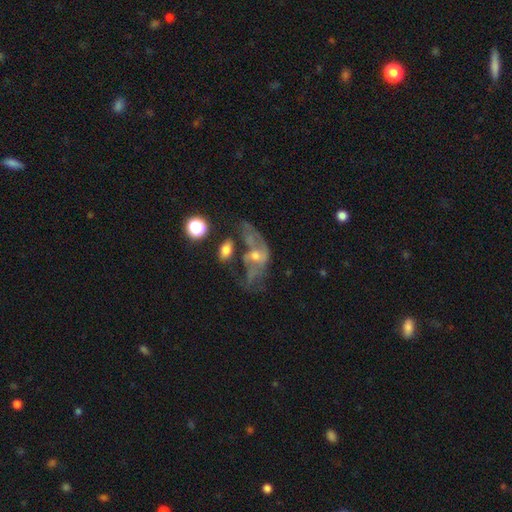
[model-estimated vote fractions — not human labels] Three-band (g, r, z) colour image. It shows a featured or disk galaxy (63%) with no bar (66%), spiral arms (56%) and a small central bulge (46%). Merging: major disturbance (32%).